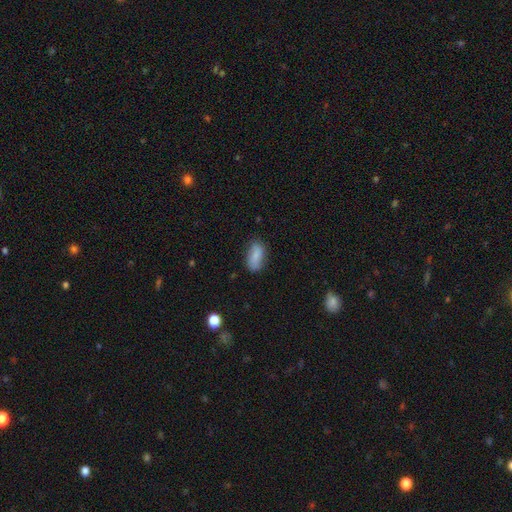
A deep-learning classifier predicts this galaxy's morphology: The model was most divided on "merging": none: 71%, minor disturbance: 22%, major disturbance: 5%, merger: 2%. More confident: how rounded — in between (89%); smooth or featured — smooth (80%).